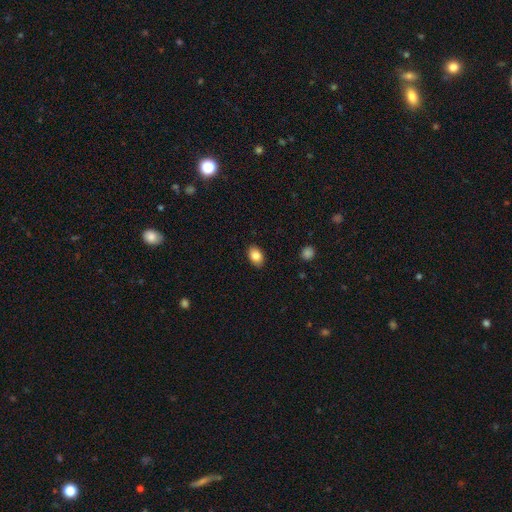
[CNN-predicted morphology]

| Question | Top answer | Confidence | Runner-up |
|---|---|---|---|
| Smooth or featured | smooth | 84% | star or artifact (8%) |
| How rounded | in between | 85% | round (13%) |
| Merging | none | 88% | minor disturbance (9%) |